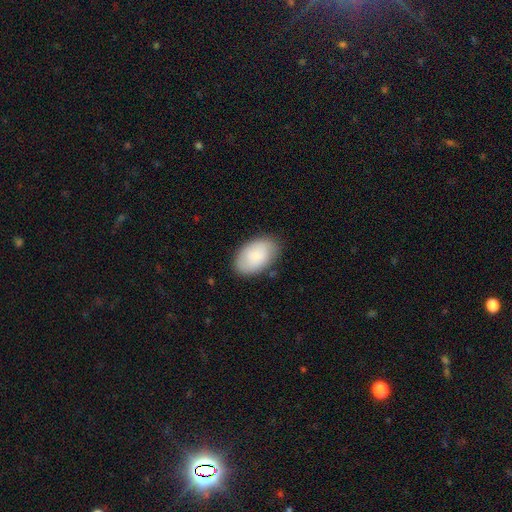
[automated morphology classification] Smooth or featured? smooth (80%)
How rounded? in between (92%)
Merging? none (83%)